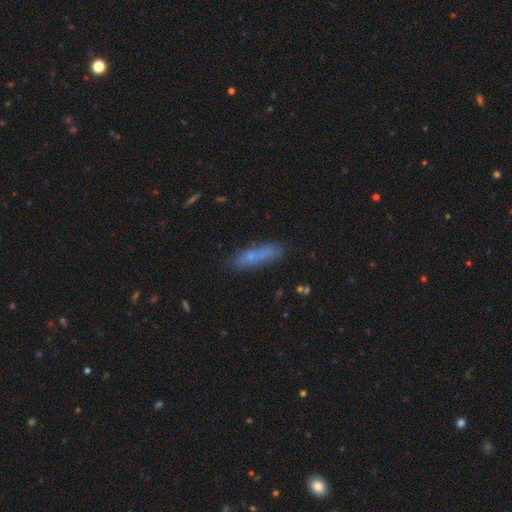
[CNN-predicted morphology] A smooth galaxy with no disk features (68%) that is cigar-shaped (76%).

Vote fractions:
- Smooth or featured? smooth: 68% / featured or disk: 21% / star or artifact: 11%
- How rounded? cigar-shaped: 76% / in between: 22% / round: 2%
- Merging? none: 75% / minor disturbance: 17% / major disturbance: 5% / merger: 3%